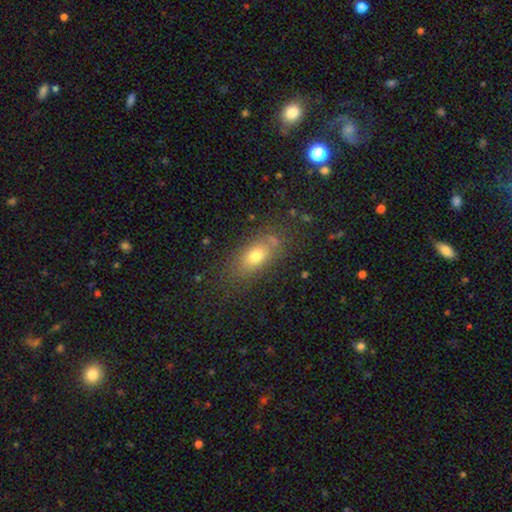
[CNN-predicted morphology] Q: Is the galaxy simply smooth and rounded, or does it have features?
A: smooth — 72%.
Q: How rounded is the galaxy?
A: in between — 80%.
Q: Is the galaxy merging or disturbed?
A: none — 72%.